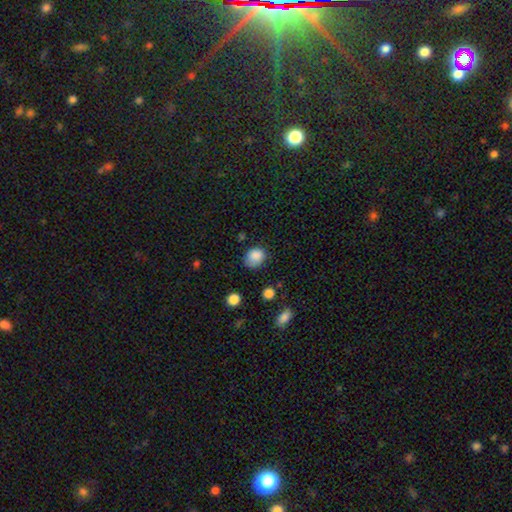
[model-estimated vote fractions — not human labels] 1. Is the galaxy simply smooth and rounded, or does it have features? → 85% smooth, 10% star or artifact, 5% featured or disk.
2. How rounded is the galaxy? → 62% round, 37% in between, 1% cigar-shaped.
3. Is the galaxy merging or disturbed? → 62% none, 29% minor disturbance, 7% major disturbance, 2% merger.